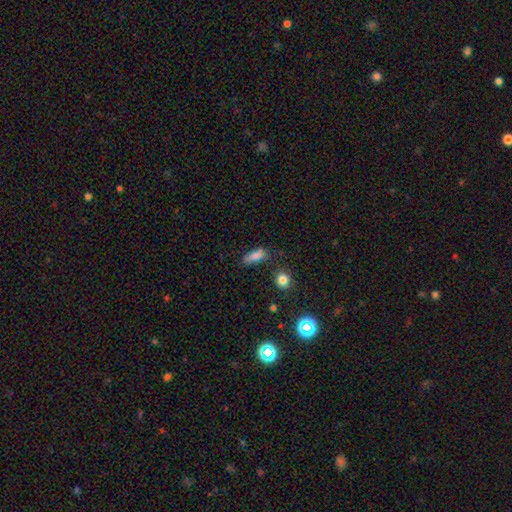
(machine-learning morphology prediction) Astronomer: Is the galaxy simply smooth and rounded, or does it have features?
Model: smooth — 80%.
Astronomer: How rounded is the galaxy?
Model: in between — 65%.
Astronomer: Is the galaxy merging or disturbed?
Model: none — 62%.